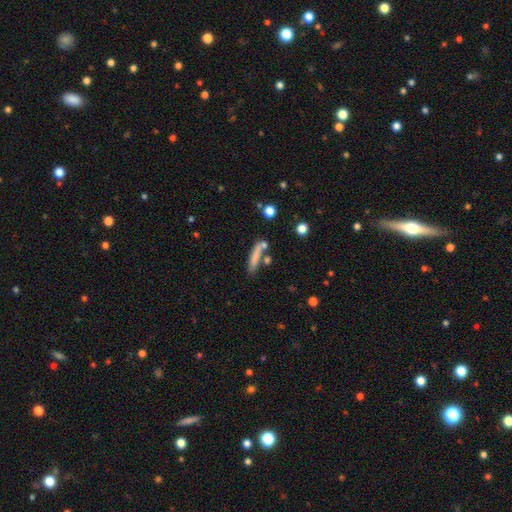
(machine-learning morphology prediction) type=smooth (74%); roundness=cigar-shaped (83%); merging=none (60%).